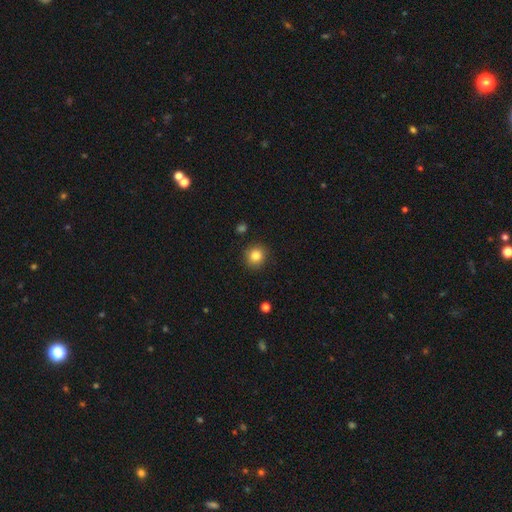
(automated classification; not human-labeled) Smooth or featured? Predicted: smooth (p=0.83). How rounded? Predicted: round (p=0.88). Merging? Predicted: none (p=0.89).